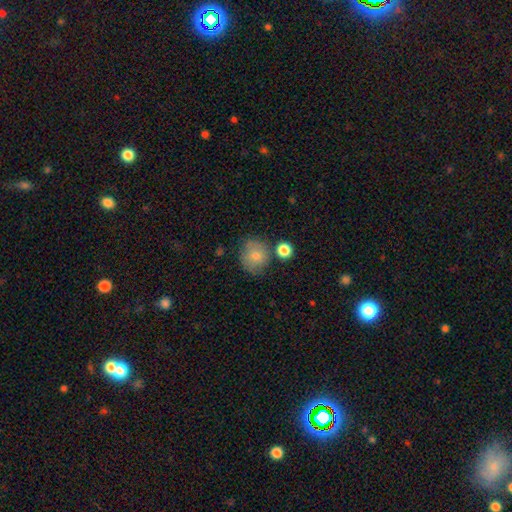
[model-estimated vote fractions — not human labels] The model was most divided on "merging": none: 70%, minor disturbance: 16%, merger: 8%, major disturbance: 5%. More confident: how rounded — round (83%); smooth or featured — smooth (74%).